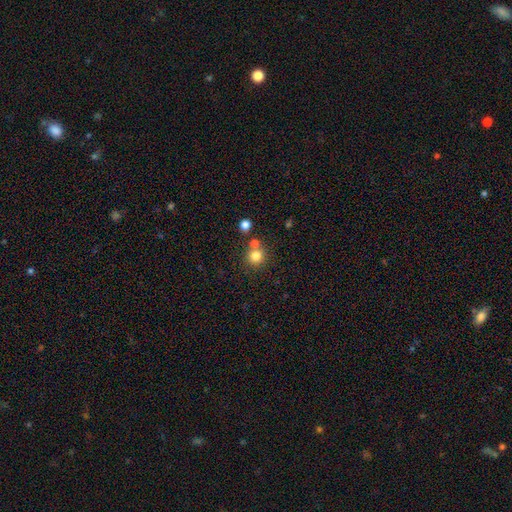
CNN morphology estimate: A smooth galaxy with no disk features (80%) that is round (92%).

Vote fractions:
- Smooth or featured? smooth: 80% / star or artifact: 13% / featured or disk: 7%
- How rounded? round: 92% / in between: 7% / cigar-shaped: 1%
- Merging? none: 68% / merger: 22% / minor disturbance: 7% / major disturbance: 3%